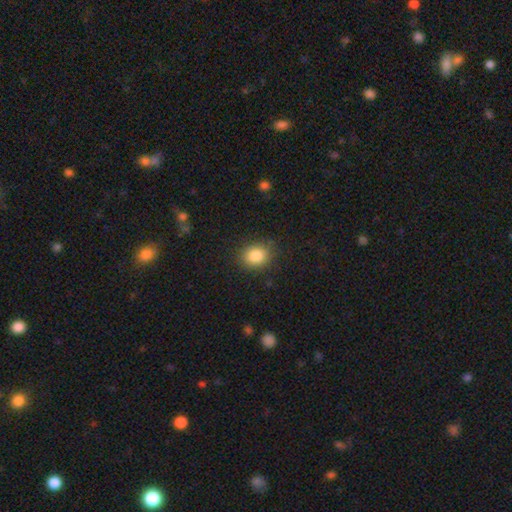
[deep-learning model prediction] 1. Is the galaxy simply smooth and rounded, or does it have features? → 85% smooth, 9% star or artifact, 5% featured or disk.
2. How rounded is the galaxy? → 55% round, 44% in between, 1% cigar-shaped.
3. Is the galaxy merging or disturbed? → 86% none, 10% minor disturbance, 3% major disturbance, 1% merger.